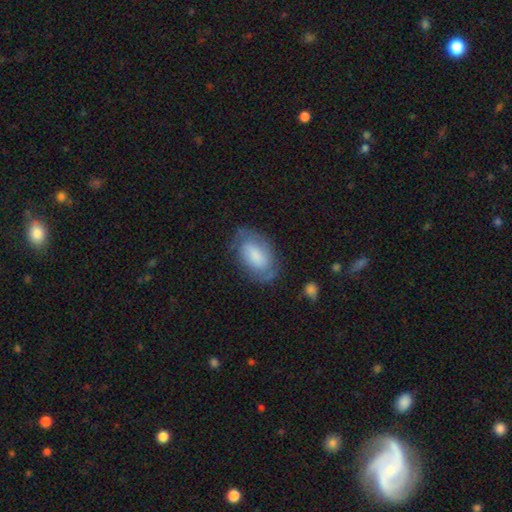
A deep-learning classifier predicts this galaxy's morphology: Smooth or featured: smooth — 54% (featured or disk — 39%)
How rounded: in between — 92% (round — 6%)
Merging: none — 66% (minor disturbance — 23%)